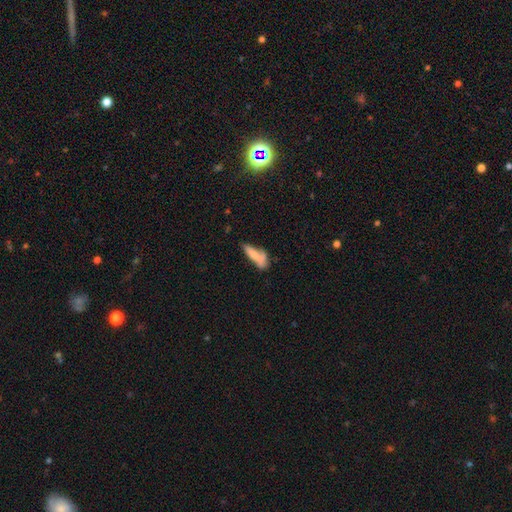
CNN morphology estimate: Smooth or featured? smooth (69%)
How rounded? cigar-shaped (53%)
Merging? none (37%)